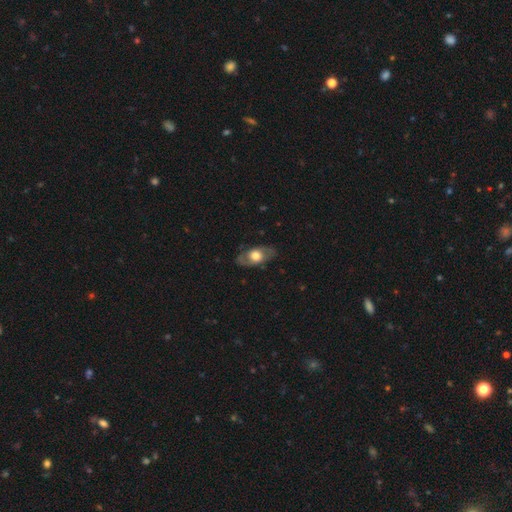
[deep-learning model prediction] smooth-or-featured: featured or disk: 51% | smooth: 44% | star or artifact: 6%
  disk-edge-on: no: 80% | yes: 20%
  merging: none: 80% | minor disturbance: 14% | major disturbance: 5% | merger: 1%